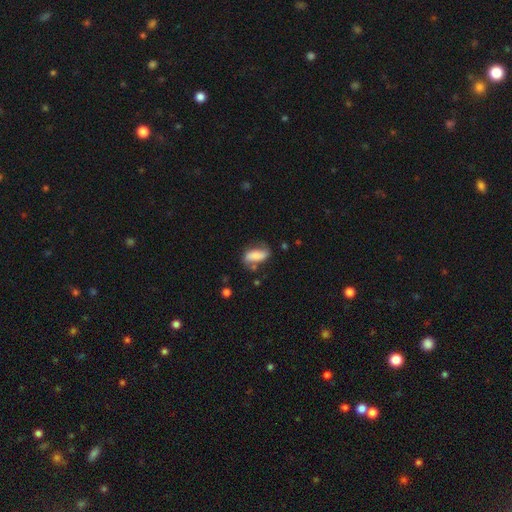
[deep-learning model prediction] Smooth or featured?
  - smooth: 64% *
  - featured or disk: 28%
  - star or artifact: 8%
How rounded?
  - in between: 81% *
  - cigar-shaped: 15%
  - round: 4%
Merging?
  - none: 57% *
  - minor disturbance: 26%
  - major disturbance: 11%
  - merger: 7%